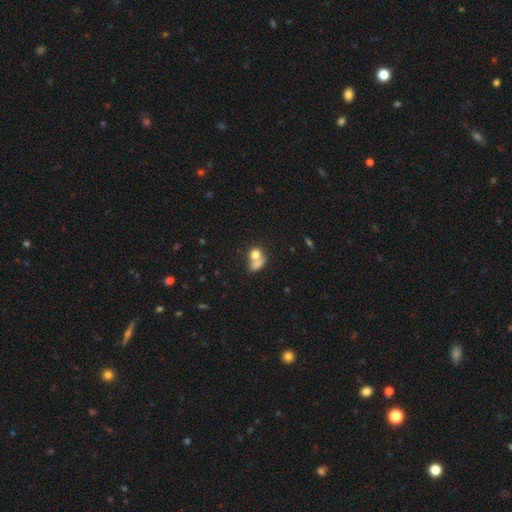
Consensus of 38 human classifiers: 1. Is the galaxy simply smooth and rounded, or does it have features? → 84% smooth, 13% featured or disk, 3% star or artifact.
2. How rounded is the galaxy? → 69% round, 31% in between, 0% cigar-shaped.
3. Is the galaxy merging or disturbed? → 51% merger, 30% none, 11% minor disturbance, 8% major disturbance.